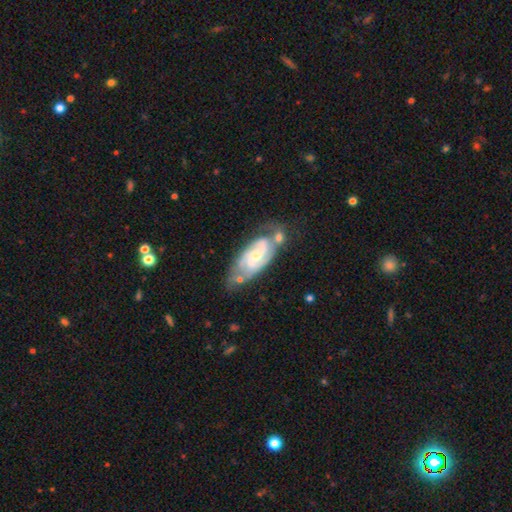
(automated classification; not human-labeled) Morphology: type=featured or disk (86%); edge-on=no (95%); bar=weak (46%); spiral arms=yes (97%); winding=tight (45%, tied with medium); arm count=2 (74%); bulge=small (51%); merging=none (51%).